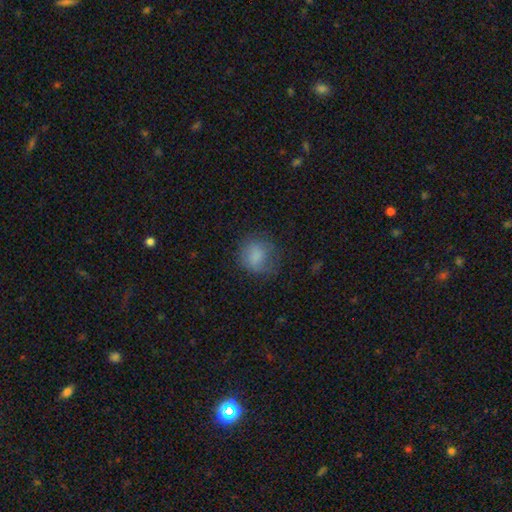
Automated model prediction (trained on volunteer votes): Smooth or featured? smooth (78%)
How rounded? round (78%)
Merging? none (62%)